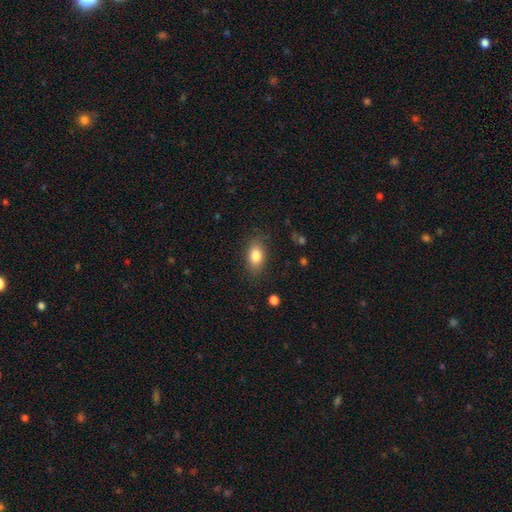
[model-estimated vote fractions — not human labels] Smooth or featured: smooth — 83% (featured or disk — 9%)
How rounded: in between — 87% (round — 10%)
Merging: none — 84% (minor disturbance — 12%)